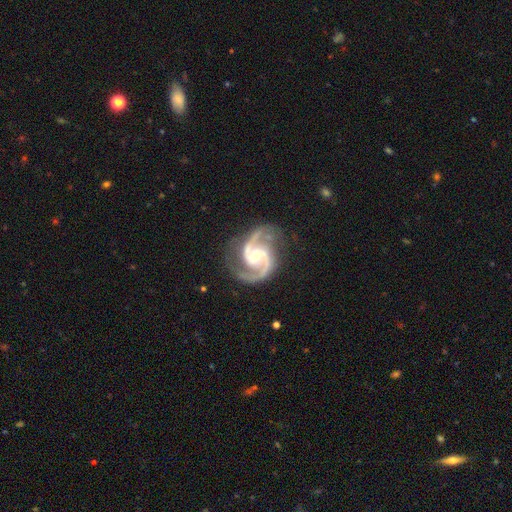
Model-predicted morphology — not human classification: This is clearly a featured or disk galaxy (94%). It is clearly not viewed edge-on (98%). Bar: marginally weak (44%). Spiral arm pattern: clearly yes (99%). Spiral arm count: clearly 2 (90%). Spiral winding: likely medium (67%). Central bulge: possibly moderate (58%). Merging: likely none (77%).